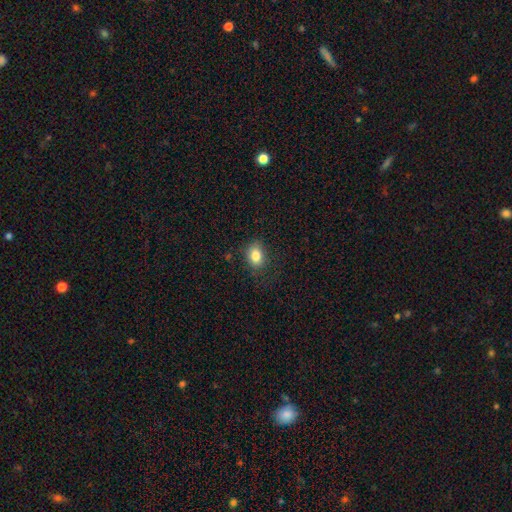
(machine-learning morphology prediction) smooth_or_featured: smooth (p=0.83) [alt: star or artifact p=0.10]
how_rounded: in between (p=0.71) [alt: round p=0.28]
merging: none (p=0.79) [alt: minor disturbance p=0.15]